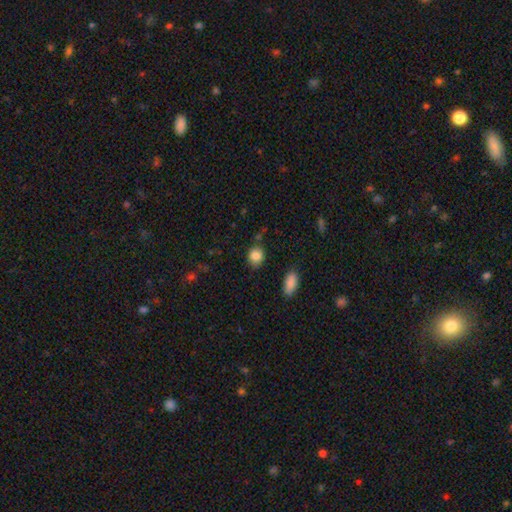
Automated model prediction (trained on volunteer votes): Overall: smooth (86%). How rounded: round (63%; in between 36%). Merging: none (76%).